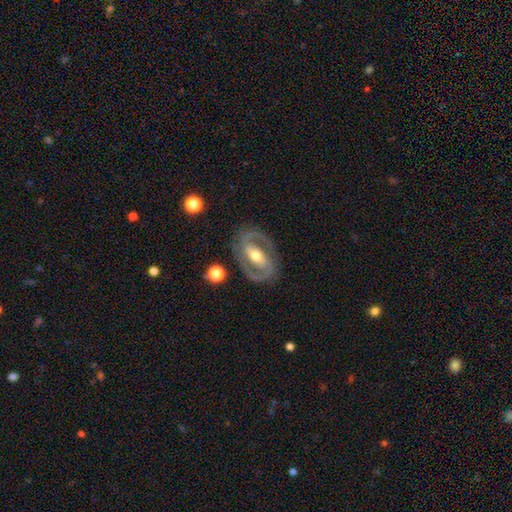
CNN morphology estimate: smooth-or-featured: featured or disk: 90% | smooth: 6% | star or artifact: 4%
  disk-edge-on: no: 97% | yes: 3%
    bar: strong: 49% | weak: 32% | no: 18%
    has-spiral-arms: yes: 95% | no: 5%
      spiral-winding: medium: 52% | tight: 37% | loose: 11%
      spiral-arm-count: 2: 93% | can't tell: 3% | 1: 2% | 3: 1% | 4: 1% | more than 4: 1%
    bulge-size: moderate: 68% | small: 25% | large: 6% | none: 1% | dominant: 1%
  merging: none: 84% | minor disturbance: 11% | major disturbance: 4% | merger: 2%